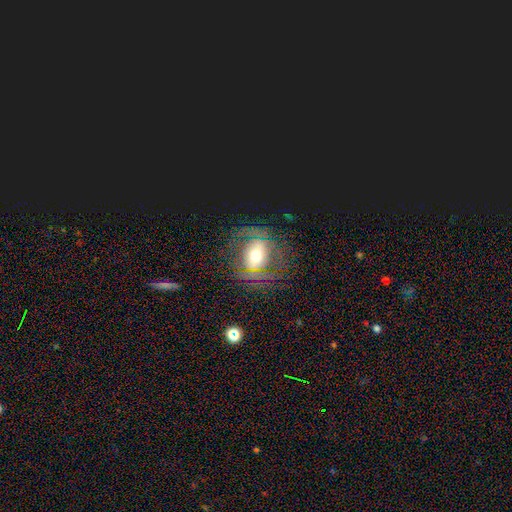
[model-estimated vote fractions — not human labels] Smooth or featured?
  - featured or disk: 59% *
  - smooth: 29%
  - star or artifact: 12%
Edge-on disk?
  - no: 89% *
  - yes: 11%
Bar?
  - no: 44% *
  - weak: 28%
  - strong: 27%
Spiral arms?
  - no: 51% *
  - yes: 49%
Bulge size?
  - moderate: 64% *
  - large: 21%
  - small: 10%
  - dominant: 3%
  - none: 1%
Merging?
  - none: 72% *
  - minor disturbance: 14%
  - major disturbance: 12%
  - merger: 2%